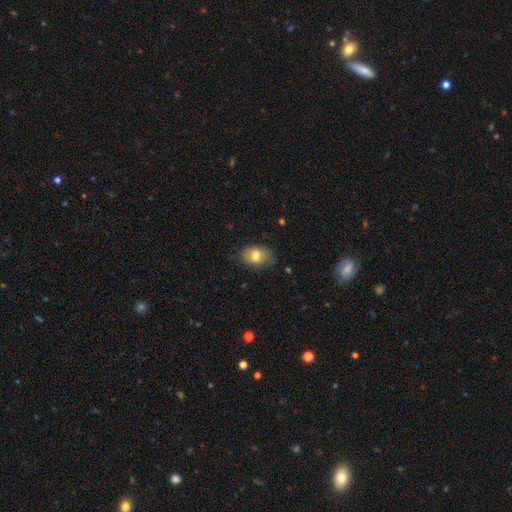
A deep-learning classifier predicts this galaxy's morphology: The model was most divided on "smooth or featured": smooth: 76%, featured or disk: 15%, star or artifact: 8%. More confident: how rounded — in between (80%); merging — none (79%).